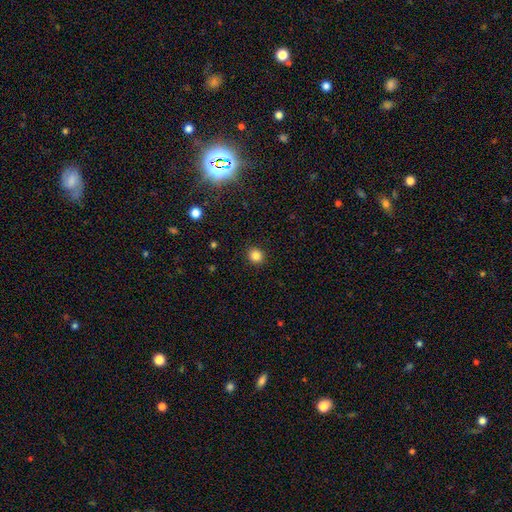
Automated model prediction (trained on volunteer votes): smooth_or_featured: smooth (p=0.84) [alt: star or artifact p=0.12]
how_rounded: round (p=0.88) [alt: in between p=0.11]
merging: none (p=0.91) [alt: minor disturbance p=0.06]